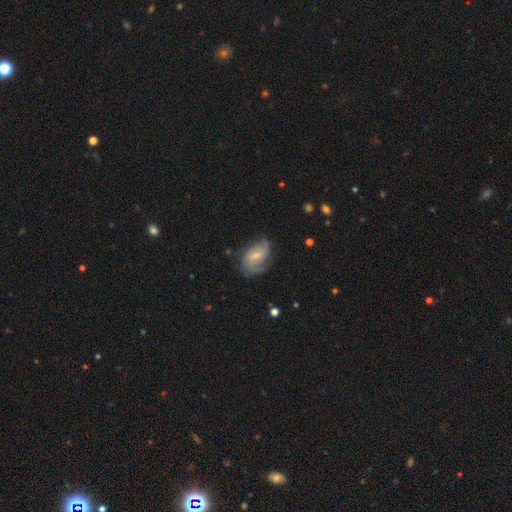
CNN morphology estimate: A featured or disk galaxy (64%) with a weak bar (49%), 2 (50%) medium (42%) spiral arms (89%) and a small central bulge (62%). Merging: none (56%).